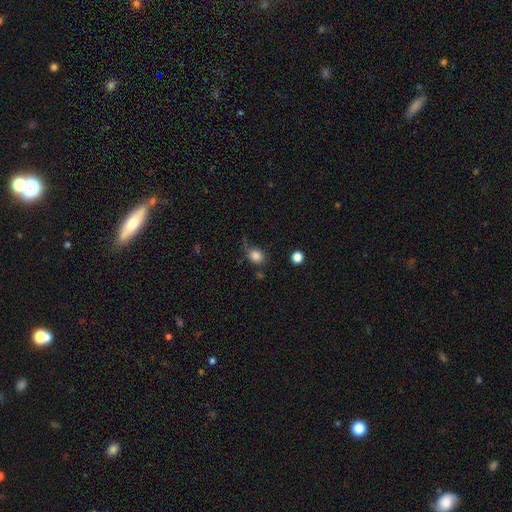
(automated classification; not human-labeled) This is clearly a smooth galaxy (83%). How rounded: possibly round (59%). Merging: possibly none (57%).